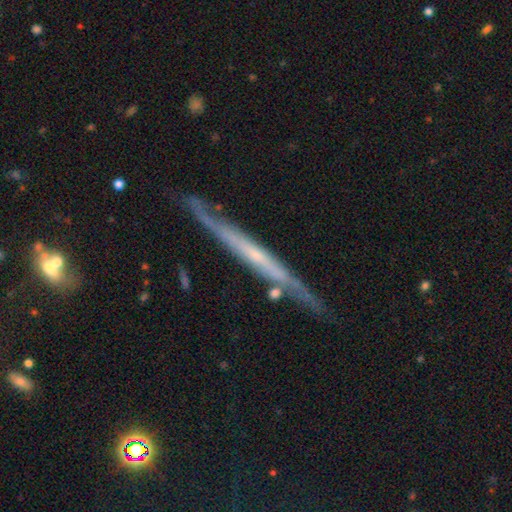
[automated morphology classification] type=featured or disk (75%); edge-on=yes (89%); edge-on bulge=none (71%); merging=none (75%).